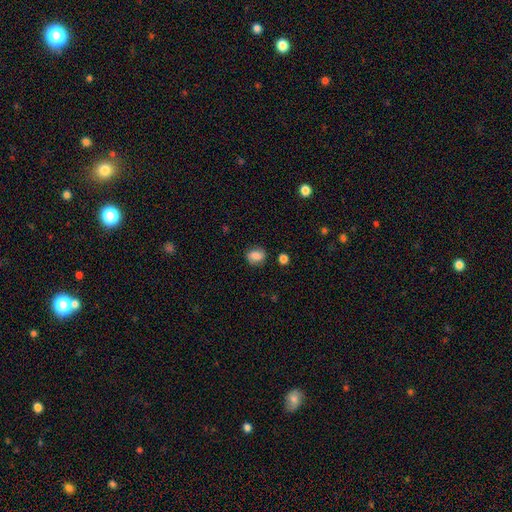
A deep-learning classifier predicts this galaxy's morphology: This appears to be a smooth galaxy with no disk features (76%) that is round (62%). Merging: none (80%).